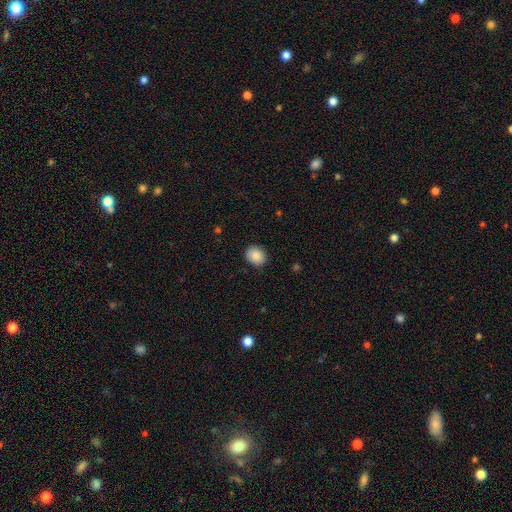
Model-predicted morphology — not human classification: smooth_or_featured: smooth (p=0.87) [alt: star or artifact p=0.08]
how_rounded: round (p=0.65) [alt: in between p=0.34]
merging: none (p=0.87) [alt: minor disturbance p=0.10]